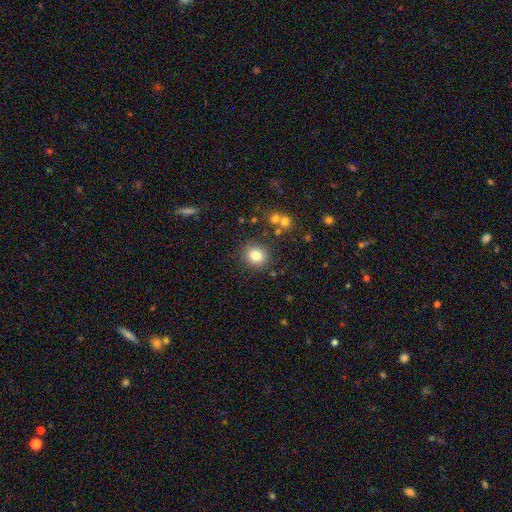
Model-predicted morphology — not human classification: smooth-or-featured: smooth: 81% | star or artifact: 11% | featured or disk: 8%
  how-rounded: round: 82% | in between: 17% | cigar-shaped: 1%
  merging: none: 85% | minor disturbance: 9% | merger: 4% | major disturbance: 3%